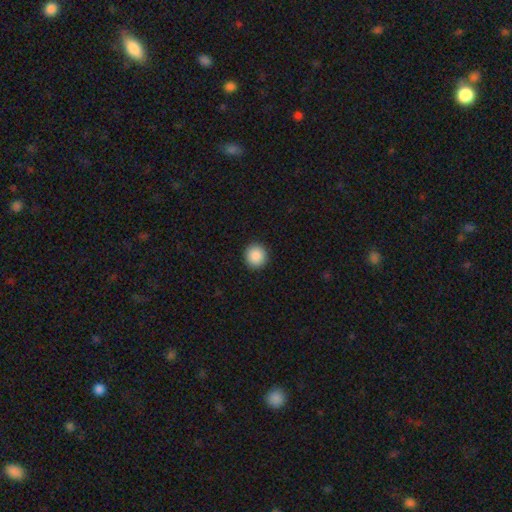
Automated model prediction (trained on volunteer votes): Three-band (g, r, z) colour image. It shows a smooth galaxy with no disk features (89%) that is round (94%). Merging: none (93%).